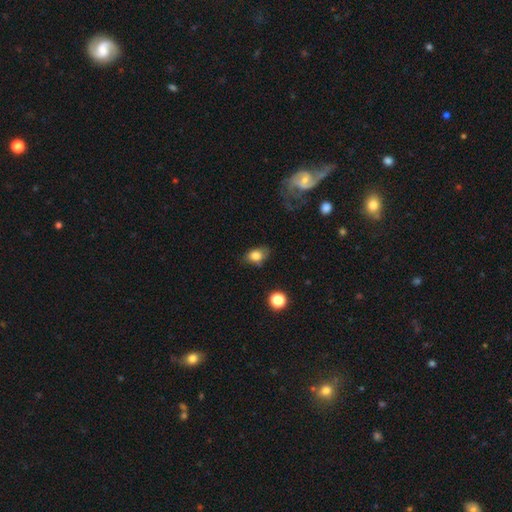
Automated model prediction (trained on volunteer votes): smooth-or-featured: smooth: 80% | featured or disk: 10% | star or artifact: 10%
  how-rounded: in between: 78% | round: 21% | cigar-shaped: 2%
  merging: none: 64% | minor disturbance: 26% | major disturbance: 8% | merger: 3%